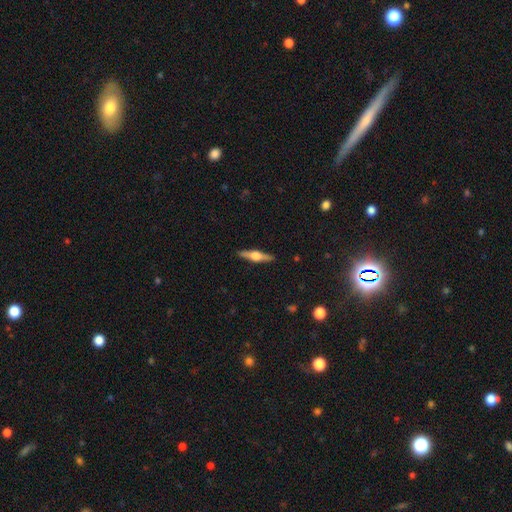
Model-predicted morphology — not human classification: Q: Smooth or featured?
A: featured or disk (70%); runner-up: smooth (24%)
Q: Edge-on disk?
A: yes (97%); runner-up: no (3%)
Q: Edge-on bulge?
A: rounded (92%); runner-up: boxy (7%)
Q: Merging?
A: none (91%); runner-up: minor disturbance (7%)